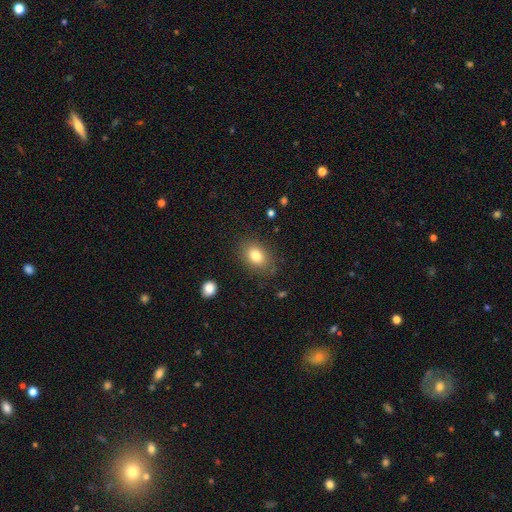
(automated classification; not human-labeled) smooth 80%, featured or disk 10%, star or artifact 9%. Down the decision tree: how rounded — in between (77%); merging — none (81%).